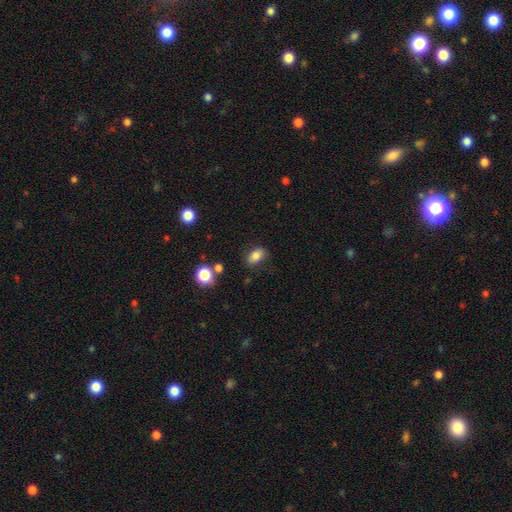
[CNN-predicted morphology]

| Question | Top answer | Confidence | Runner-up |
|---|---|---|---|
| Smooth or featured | smooth | 81% | star or artifact (11%) |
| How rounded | in between | 84% | round (14%) |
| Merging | none | 80% | minor disturbance (14%) |